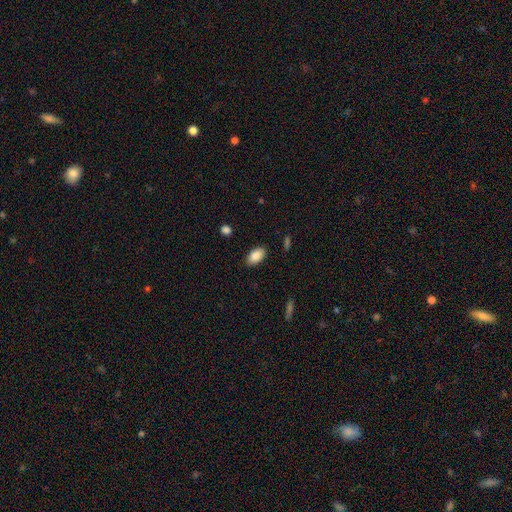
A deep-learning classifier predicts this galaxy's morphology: The model was most divided on "merging": none: 87%, minor disturbance: 9%, major disturbance: 2%, merger: 1%. More confident: how rounded — in between (94%); smooth or featured — smooth (87%).